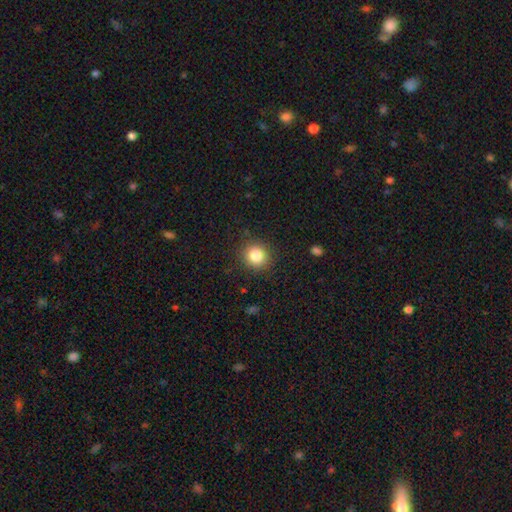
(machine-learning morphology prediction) Smooth or featured: smooth — 84% (star or artifact — 10%)
How rounded: round — 89% (in between — 10%)
Merging: none — 89% (minor disturbance — 7%)